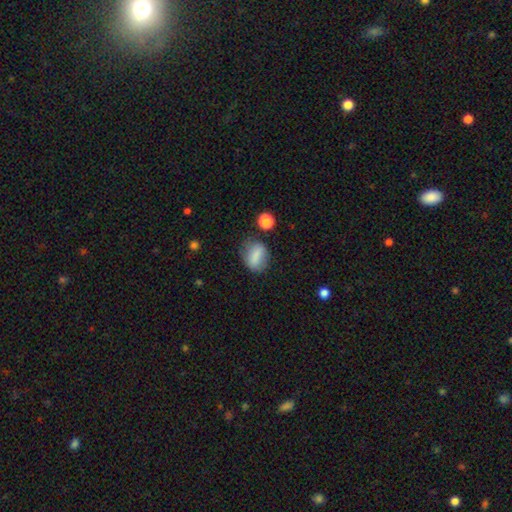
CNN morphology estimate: smooth 78%, featured or disk 12%, star or artifact 9%. Down the decision tree: how rounded — in between (64%); merging — none (67%).